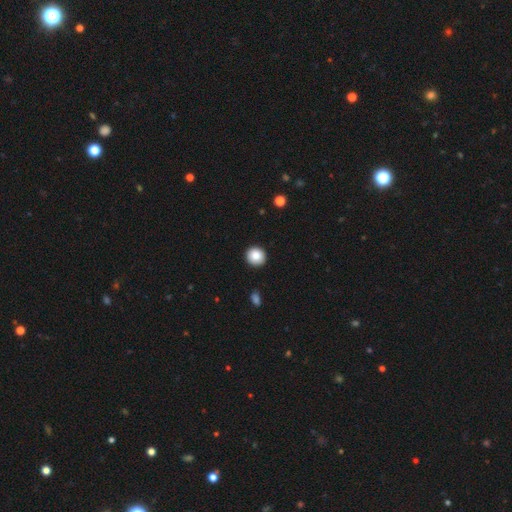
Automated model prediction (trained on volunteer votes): This appears to be a smooth galaxy with no disk features (87%) that is round (93%). Merging: none (92%).